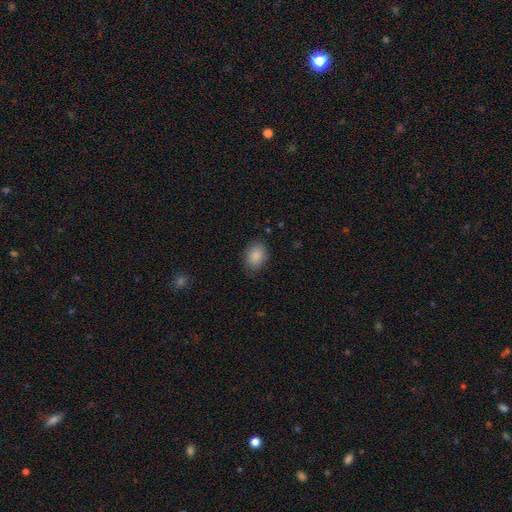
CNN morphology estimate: Smooth or featured?
  - smooth: 88% *
  - star or artifact: 7%
  - featured or disk: 4%
How rounded?
  - in between: 73% *
  - round: 26%
  - cigar-shaped: 1%
Merging?
  - none: 81% *
  - minor disturbance: 14%
  - major disturbance: 4%
  - merger: 1%